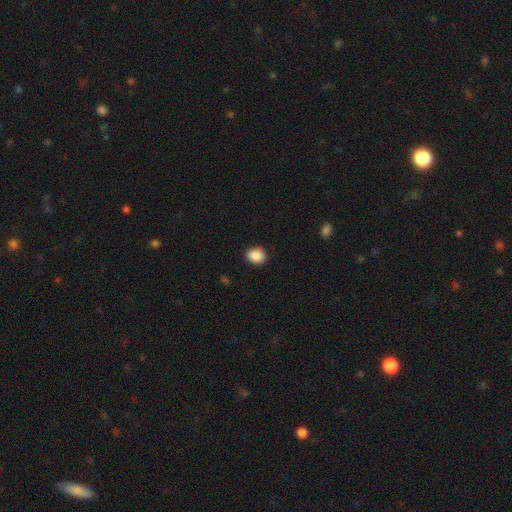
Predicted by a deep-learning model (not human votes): Smooth or featured: smooth — 88% (star or artifact — 8%)
How rounded: round — 66% (in between — 33%)
Merging: none — 89% (minor disturbance — 8%)